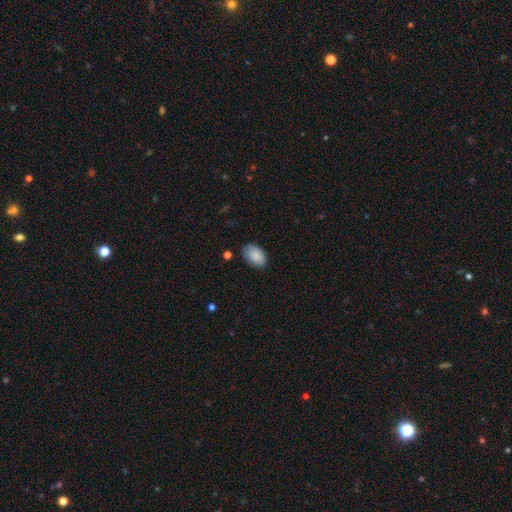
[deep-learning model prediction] This appears to be a smooth galaxy with no disk features (86%) that is in between round and cigar-shaped (90%). Merging: none (79%).